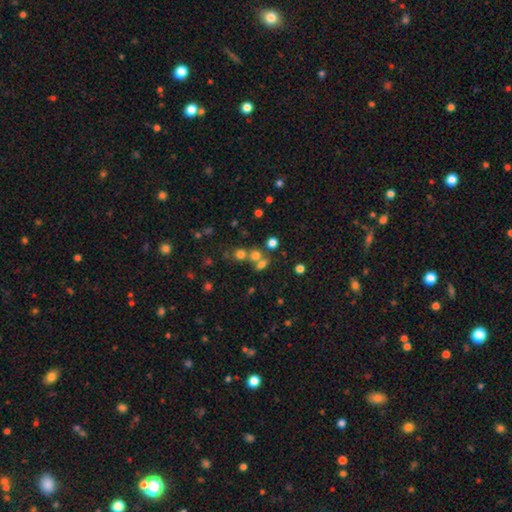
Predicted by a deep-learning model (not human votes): smooth 63%, star or artifact 24%, featured or disk 14%. Down the decision tree: how rounded — round (76%); merging — none (49%).